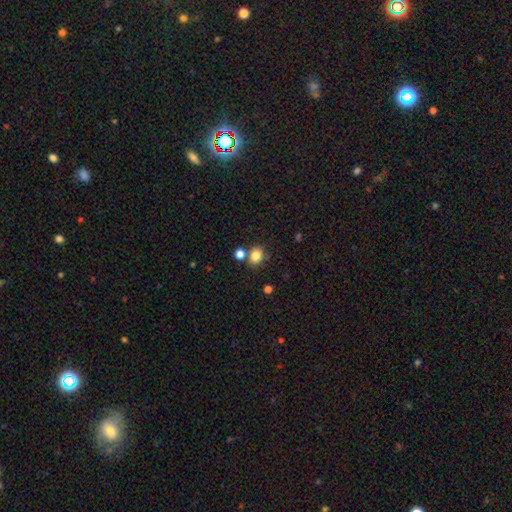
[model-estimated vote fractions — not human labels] Overall: smooth (83%). How rounded: round (55%; in between 45%). Merging: none (67%).